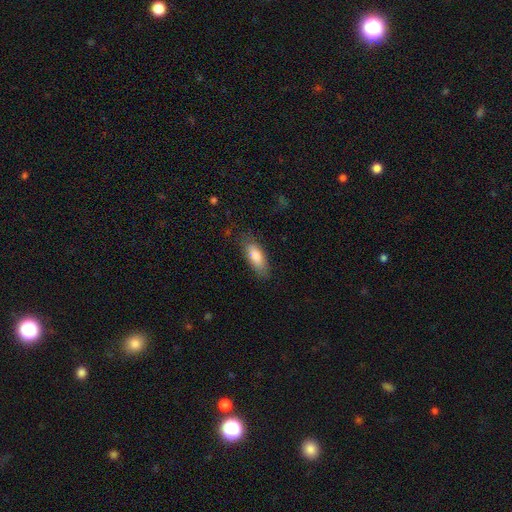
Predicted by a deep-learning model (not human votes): Overall: smooth (80%). How rounded: in between (74%). Merging: none (75%).